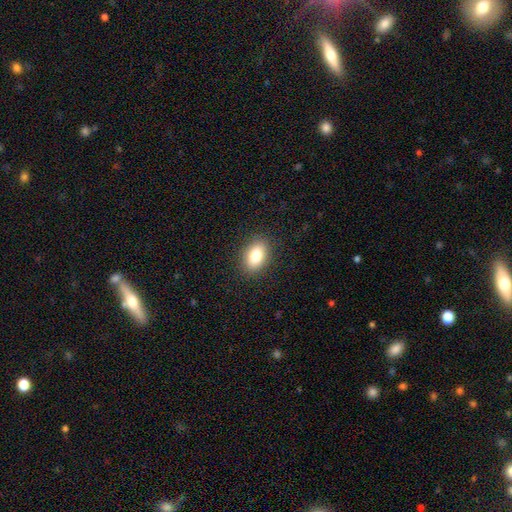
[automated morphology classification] Overall: smooth (81%). How rounded: in between (83%). Merging: none (88%).